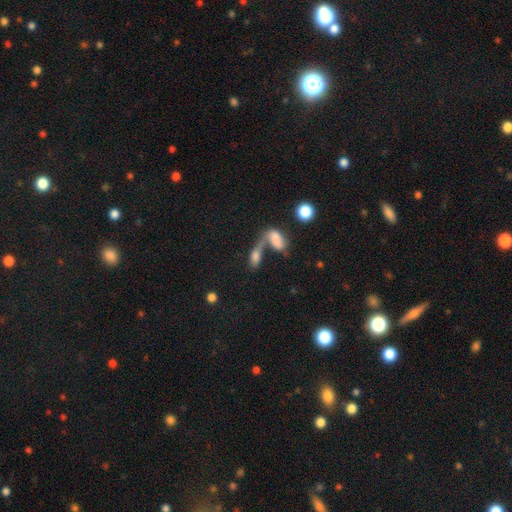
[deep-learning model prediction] This appears to be a smooth galaxy with no disk features (68%) that is in between round and cigar-shaped (76%). Merging: merger (66%).